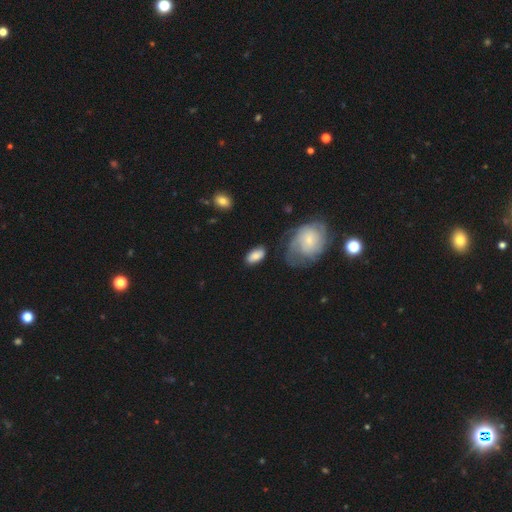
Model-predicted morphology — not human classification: smooth 79%, featured or disk 15%, star or artifact 7%. Down the decision tree: how rounded — in between (92%); merging — none (74%).